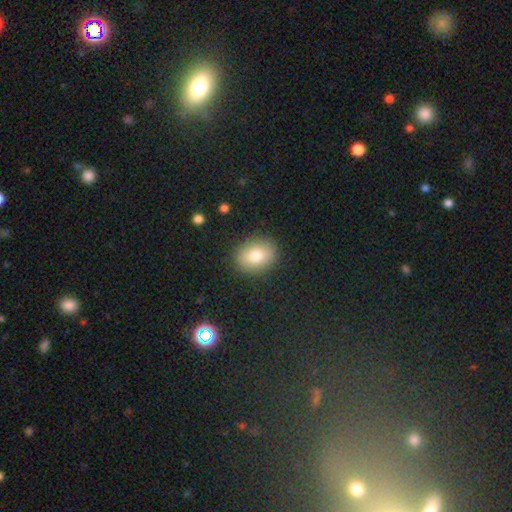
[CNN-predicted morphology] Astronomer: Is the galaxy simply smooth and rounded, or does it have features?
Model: smooth — 80%.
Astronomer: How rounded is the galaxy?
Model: in between — 52% (runner-up: round, 47%).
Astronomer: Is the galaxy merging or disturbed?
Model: none — 88%.